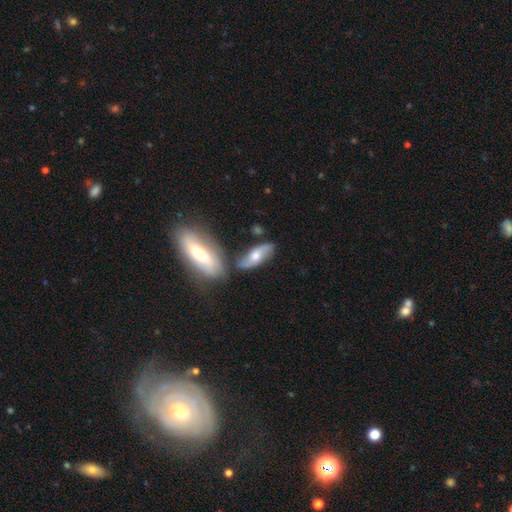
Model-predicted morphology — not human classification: Smooth or featured? featured or disk (52%)
Edge-on disk? no (73%)
Merging? none (66%)